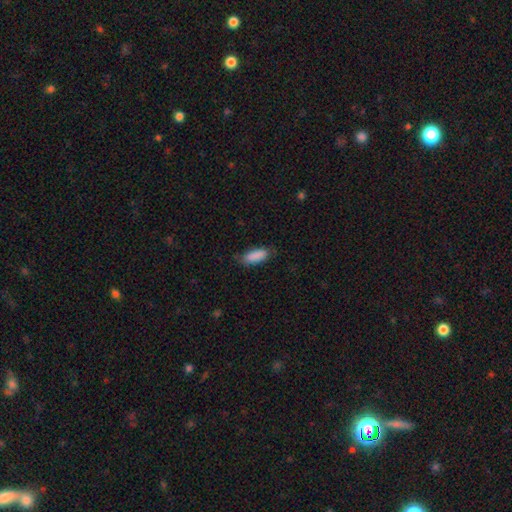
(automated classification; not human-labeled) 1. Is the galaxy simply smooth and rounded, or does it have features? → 89% smooth, 6% star or artifact, 5% featured or disk.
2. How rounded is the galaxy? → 73% in between, 25% cigar-shaped, 2% round.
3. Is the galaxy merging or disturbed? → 76% none, 19% minor disturbance, 4% major disturbance, 1% merger.